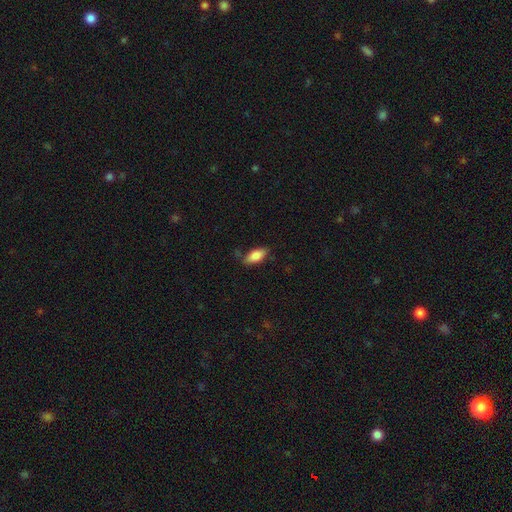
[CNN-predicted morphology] Smooth or featured?
  - smooth: 83% *
  - featured or disk: 11%
  - star or artifact: 7%
How rounded?
  - in between: 85% *
  - cigar-shaped: 12%
  - round: 2%
Merging?
  - none: 76% *
  - minor disturbance: 18%
  - major disturbance: 4%
  - merger: 2%